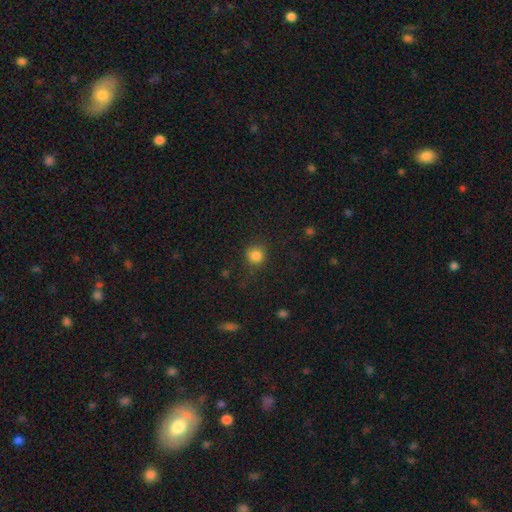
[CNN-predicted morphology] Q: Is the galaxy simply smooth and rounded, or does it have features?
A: smooth — 83%.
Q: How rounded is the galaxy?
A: round — 89%.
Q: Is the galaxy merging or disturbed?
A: none — 81%.